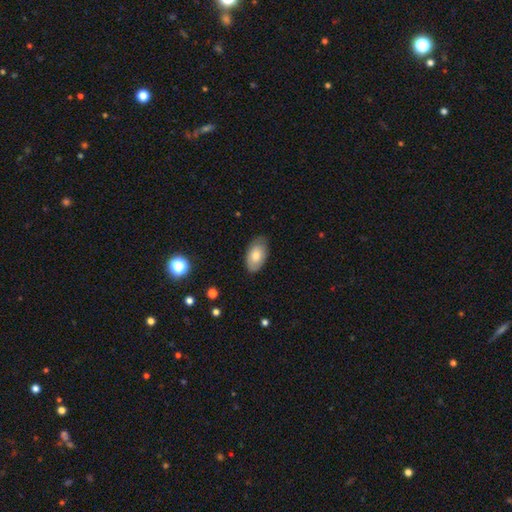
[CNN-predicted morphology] smooth_or_featured: smooth (p=0.75) [alt: featured or disk p=0.18]
how_rounded: in between (p=0.95) [alt: round p=0.04]
merging: none (p=0.78) [alt: minor disturbance p=0.18]